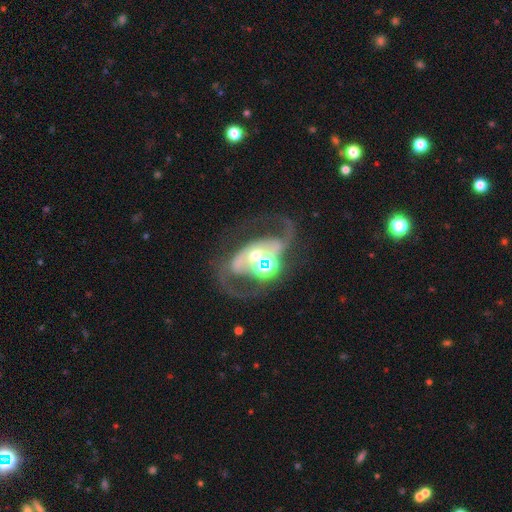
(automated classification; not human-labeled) A featured or disk galaxy (80%) with no bar (47%), 2 (84%) loose (45%) spiral arms (84%) and a moderate central bulge (51%).

Vote fractions:
- Smooth or featured? featured or disk: 80% / star or artifact: 10% / smooth: 10%
- Edge-on disk? no: 97% / yes: 3%
- Bar? no: 47% / weak: 30% / strong: 23%
- Spiral arms? yes: 84% / no: 16%
- Spiral winding? loose: 45% / medium: 43% / tight: 13%
- Spiral arm count? 2: 84% / can't tell: 6% / 1: 5% / 3: 2% / 4: 1% / more than 4: 1%
- Bulge size? moderate: 51% / small: 33% / large: 9% / none: 4% / dominant: 3%
- Merging? none: 40% / merger: 26% / major disturbance: 22% / minor disturbance: 13%